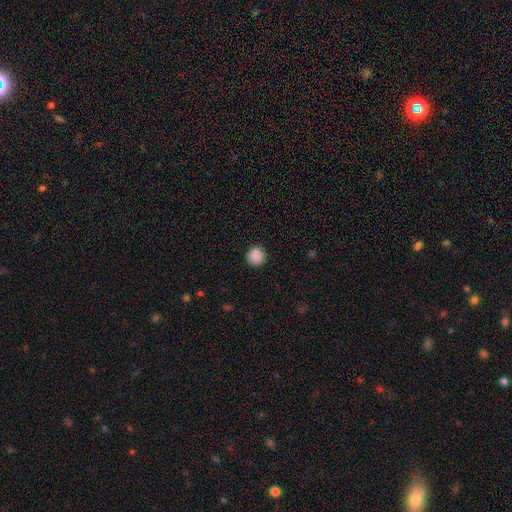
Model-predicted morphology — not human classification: smooth_or_featured: smooth (p=0.89) [alt: star or artifact p=0.09]
how_rounded: round (p=0.94) [alt: in between p=0.05]
merging: none (p=0.92) [alt: minor disturbance p=0.05]